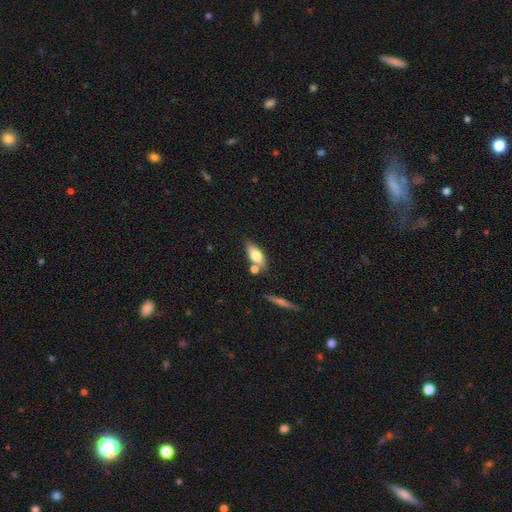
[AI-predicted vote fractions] Overall: smooth (67%). How rounded: in between (73%). Merging: none (65%).